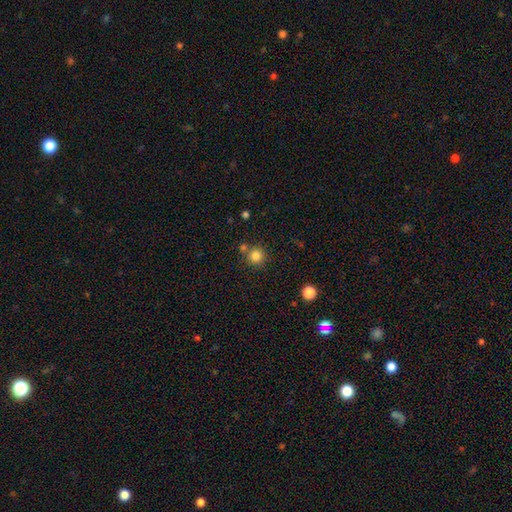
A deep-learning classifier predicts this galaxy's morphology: This is clearly a smooth galaxy (83%). How rounded: clearly round (93%). Merging: likely none (75%).